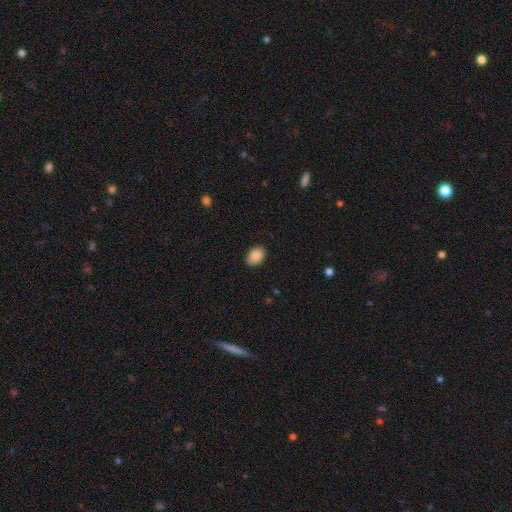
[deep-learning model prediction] smooth_or_featured: smooth (p=0.89) [alt: star or artifact p=0.07]
how_rounded: in between (p=0.81) [alt: round p=0.18]
merging: none (p=0.86) [alt: minor disturbance p=0.11]